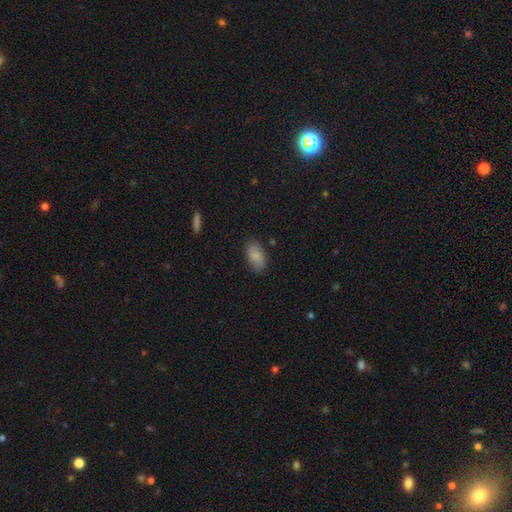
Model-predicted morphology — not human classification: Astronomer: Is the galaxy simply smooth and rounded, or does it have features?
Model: smooth — 81%.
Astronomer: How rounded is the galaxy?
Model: in between — 93%.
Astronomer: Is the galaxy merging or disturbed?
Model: none — 81%.